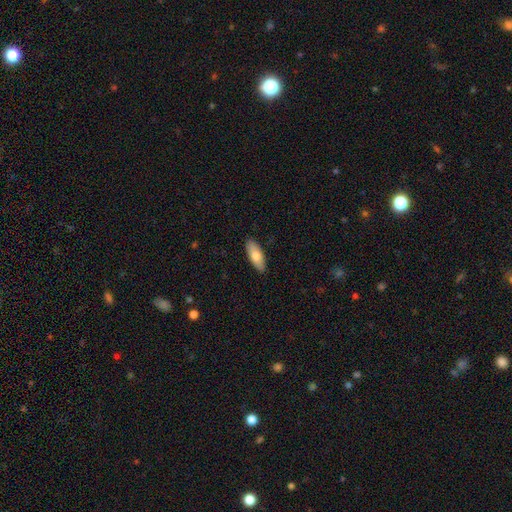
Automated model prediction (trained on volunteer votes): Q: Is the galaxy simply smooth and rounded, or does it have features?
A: smooth — 76%.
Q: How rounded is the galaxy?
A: in between — 71%.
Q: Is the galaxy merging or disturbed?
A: none — 89%.